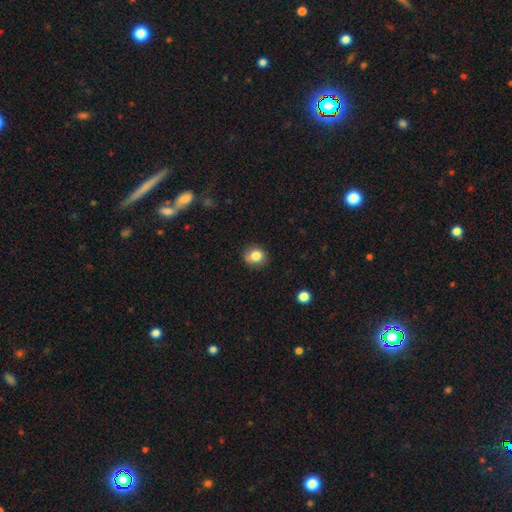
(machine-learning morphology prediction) Smooth or featured: smooth — 83% (star or artifact — 10%)
How rounded: round — 70% (in between — 29%)
Merging: none — 80% (minor disturbance — 15%)